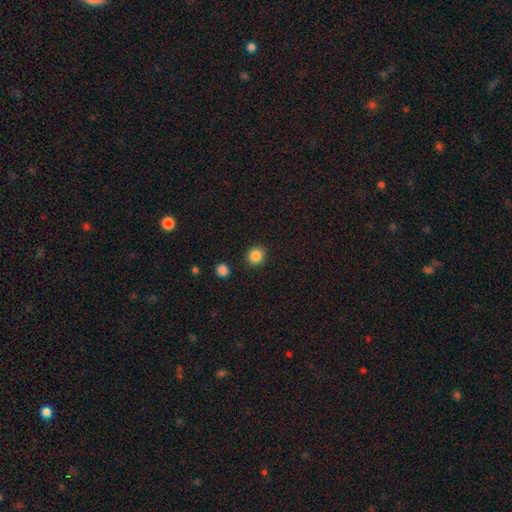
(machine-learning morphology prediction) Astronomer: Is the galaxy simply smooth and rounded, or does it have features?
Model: smooth — 86%.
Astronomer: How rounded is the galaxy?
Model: round — 85%.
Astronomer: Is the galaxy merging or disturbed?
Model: none — 90%.